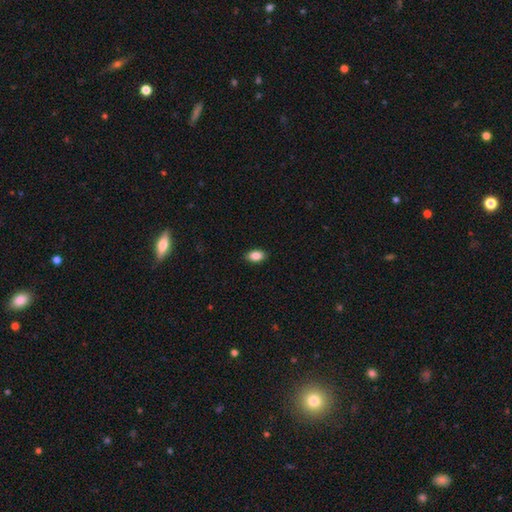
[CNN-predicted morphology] Smooth or featured? smooth (87%)
How rounded? in between (90%)
Merging? none (89%)